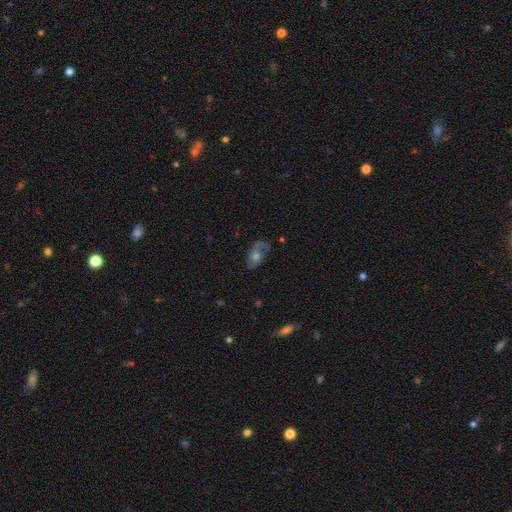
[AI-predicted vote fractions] Smooth or featured? Predicted: featured or disk (p=0.62). Edge-on disk? Predicted: no (p=0.94). Bar? Predicted: no (p=0.76). Spiral arms? Predicted: yes (p=0.81). Bulge size? Predicted: moderate (p=0.58). Merging? Predicted: none (p=0.53).